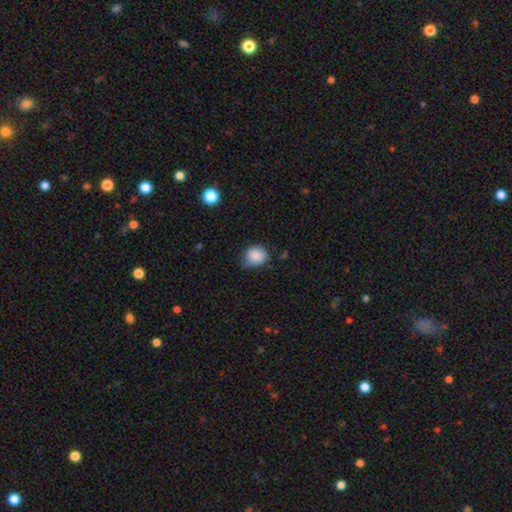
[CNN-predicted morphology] type=smooth (85%); roundness=round (71%); merging=none (53%).